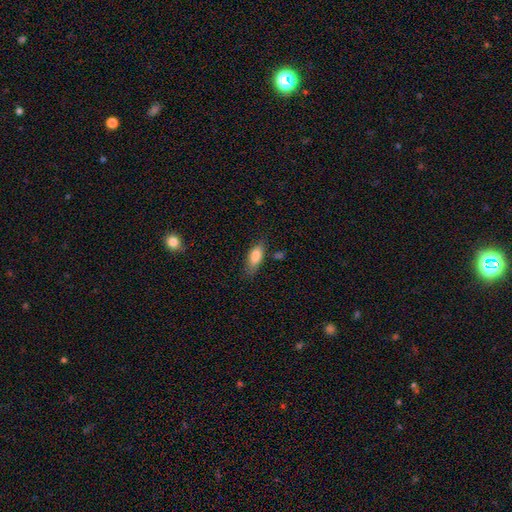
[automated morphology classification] Smooth or featured?
  - smooth: 82% *
  - featured or disk: 11%
  - star or artifact: 7%
How rounded?
  - in between: 77% *
  - cigar-shaped: 21%
  - round: 2%
Merging?
  - none: 72% *
  - minor disturbance: 20%
  - major disturbance: 5%
  - merger: 3%